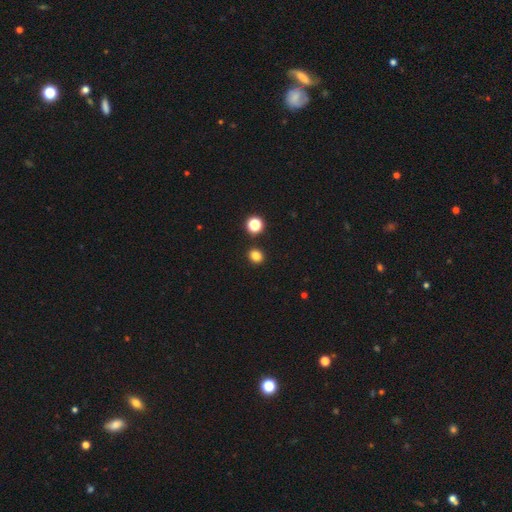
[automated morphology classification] A smooth galaxy with no disk features (82%) that is round (74%).

Vote fractions:
- Smooth or featured? smooth: 82% / star or artifact: 14% / featured or disk: 4%
- How rounded? round: 74% / in between: 25% / cigar-shaped: 1%
- Merging? none: 89% / minor disturbance: 6% / merger: 3% / major disturbance: 2%